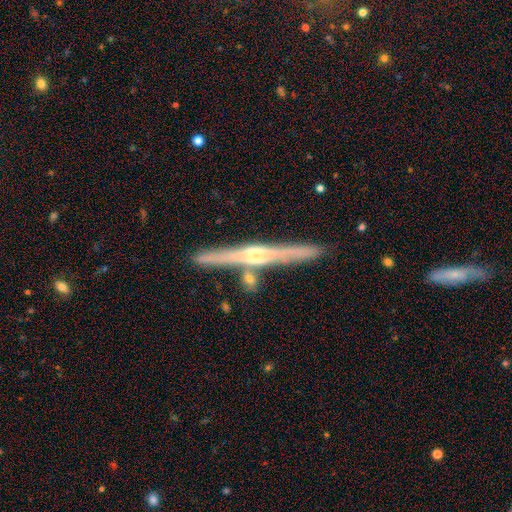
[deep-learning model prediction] smooth_or_featured: featured or disk (p=0.80) [alt: smooth p=0.14]
disk_edge_on: yes (p=0.98) [alt: no p=0.02]
edge_on_bulge: rounded (p=0.84) [alt: boxy p=0.09]
merging: none (p=0.85) [alt: minor disturbance p=0.07]